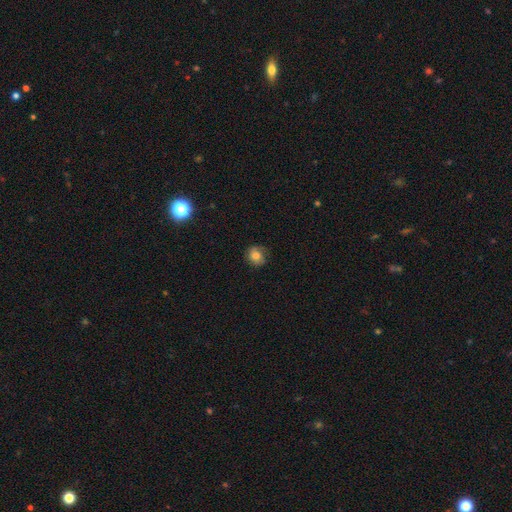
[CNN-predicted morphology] Smooth or featured? Predicted: smooth (p=0.73). How rounded? Predicted: round (p=0.78). Merging? Predicted: none (p=0.74).